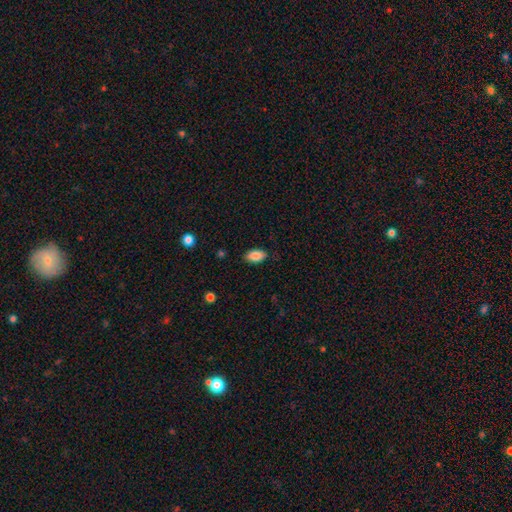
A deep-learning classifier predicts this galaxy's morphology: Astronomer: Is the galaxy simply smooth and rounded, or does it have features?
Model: smooth — 88%.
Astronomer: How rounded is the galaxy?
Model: in between — 93%.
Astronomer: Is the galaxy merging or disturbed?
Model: none — 86%.